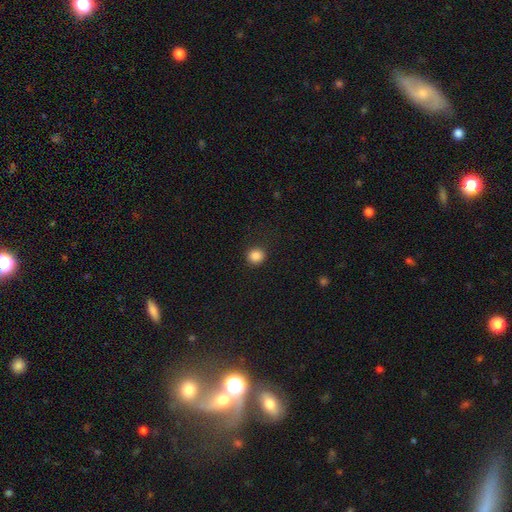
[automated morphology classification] This appears to be a smooth galaxy with no disk features (87%) that is round (87%). Merging: none (89%).